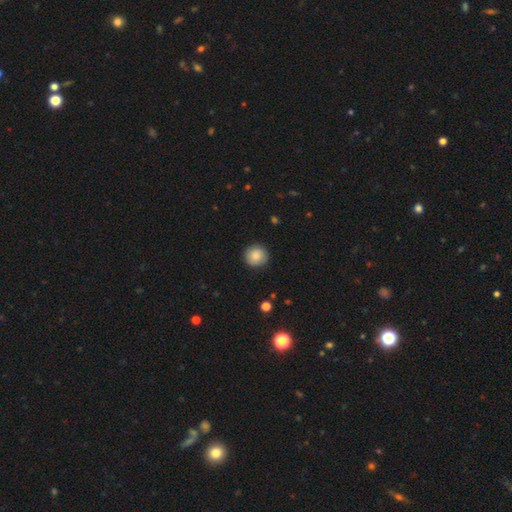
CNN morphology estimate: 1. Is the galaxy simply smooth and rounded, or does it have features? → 86% smooth, 8% star or artifact, 6% featured or disk.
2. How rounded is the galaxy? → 93% round, 6% in between, 1% cigar-shaped.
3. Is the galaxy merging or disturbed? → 89% none, 8% minor disturbance, 2% major disturbance, 1% merger.